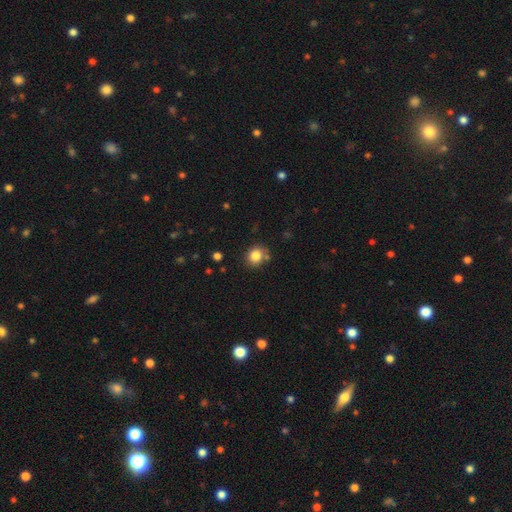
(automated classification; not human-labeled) Smooth or featured: smooth — 83% (star or artifact — 11%)
How rounded: round — 81% (in between — 18%)
Merging: none — 78% (minor disturbance — 12%)